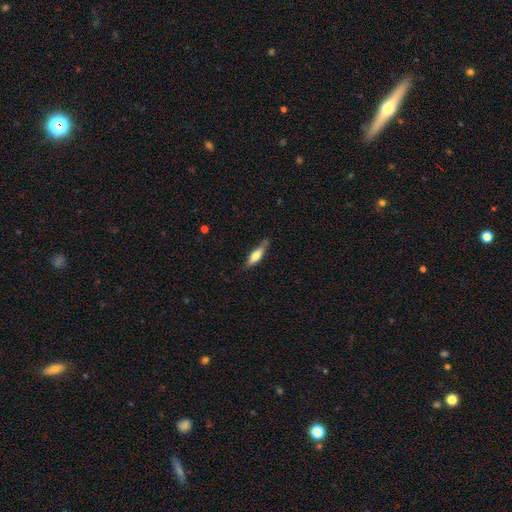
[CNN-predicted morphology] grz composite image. It shows a smooth galaxy with no disk features (64%) that is cigar-shaped (61%). Merging: none (68%).